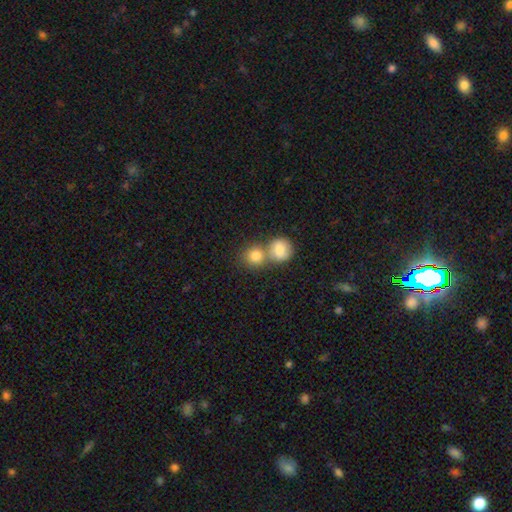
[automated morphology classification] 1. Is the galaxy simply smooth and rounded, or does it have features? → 82% smooth, 10% featured or disk, 8% star or artifact.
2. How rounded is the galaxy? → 84% round, 14% in between, 1% cigar-shaped.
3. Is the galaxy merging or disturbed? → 49% merger, 42% none, 7% minor disturbance, 3% major disturbance.